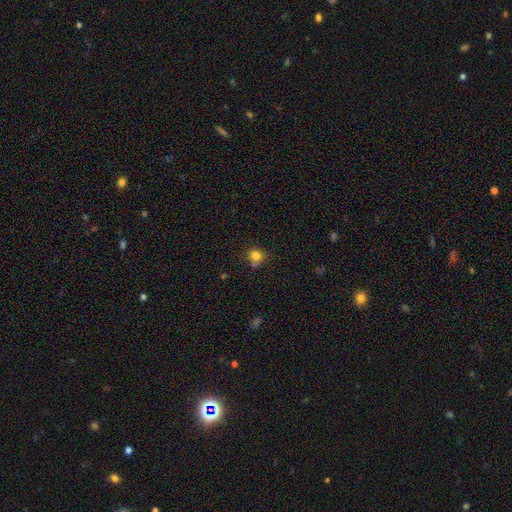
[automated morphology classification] Smooth or featured: smooth — 79% (star or artifact — 13%)
How rounded: round — 88% (in between — 11%)
Merging: none — 64% (minor disturbance — 16%)